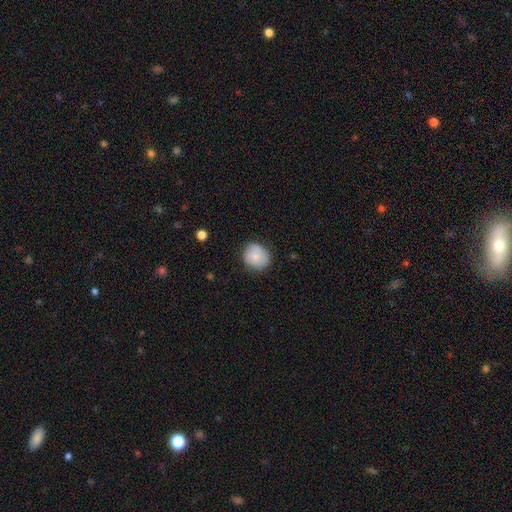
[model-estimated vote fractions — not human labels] Q: Smooth or featured?
A: smooth (77%); runner-up: featured or disk (16%)
Q: How rounded?
A: round (77%); runner-up: in between (22%)
Q: Merging?
A: none (74%); runner-up: minor disturbance (21%)